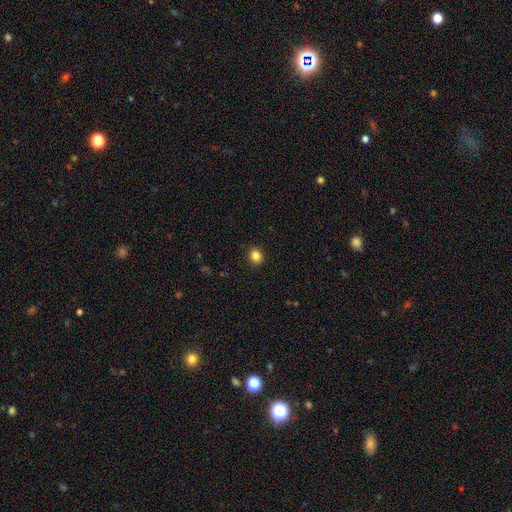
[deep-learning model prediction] smooth 84%, star or artifact 11%, featured or disk 4%. Down the decision tree: how rounded — round (71%); merging — none (90%).